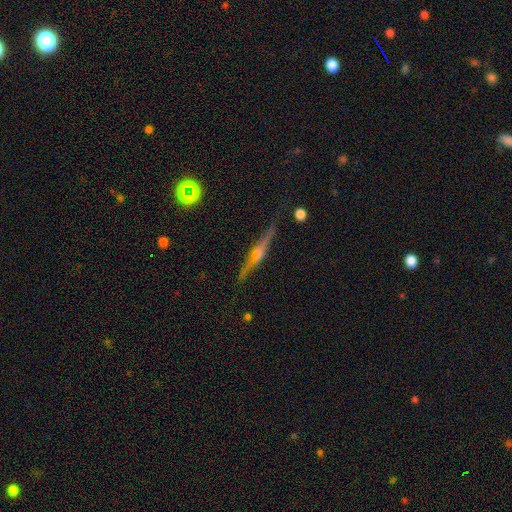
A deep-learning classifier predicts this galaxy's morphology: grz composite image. It shows a featured or disk galaxy (75%) viewed edge-on (96%) with a rounded central bulge (79%). Merging: none (83%).